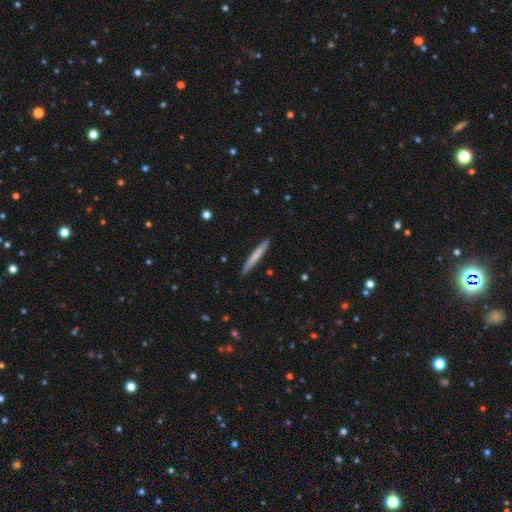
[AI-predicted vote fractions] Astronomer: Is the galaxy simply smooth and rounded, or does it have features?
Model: smooth — 65%.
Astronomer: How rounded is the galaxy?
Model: cigar-shaped — 97%.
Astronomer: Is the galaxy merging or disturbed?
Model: none — 90%.